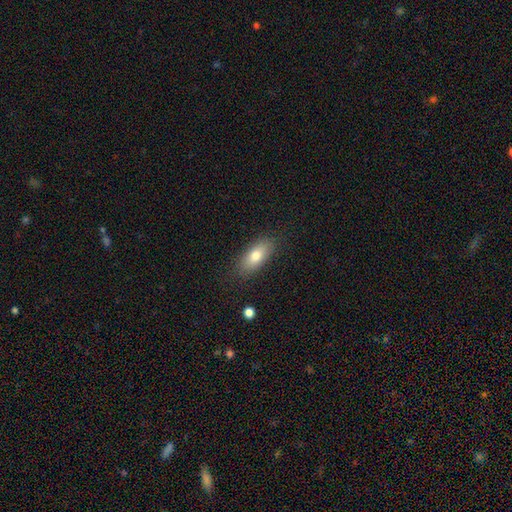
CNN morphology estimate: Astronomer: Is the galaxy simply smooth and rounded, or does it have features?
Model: smooth — 76%.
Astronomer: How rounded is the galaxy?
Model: in between — 82%.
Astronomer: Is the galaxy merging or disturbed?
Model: none — 82%.